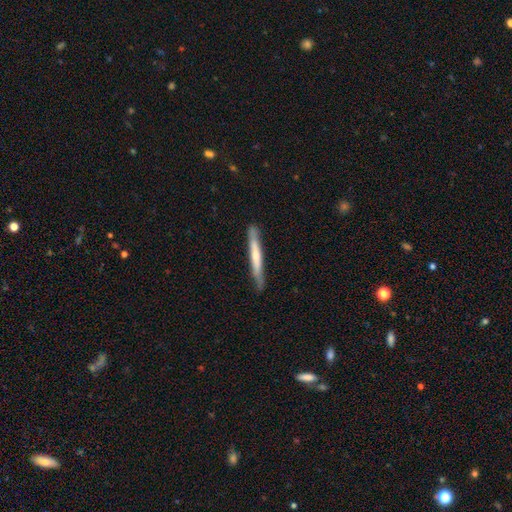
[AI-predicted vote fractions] A smooth galaxy with no disk features (51%) that is cigar-shaped (96%). Merging: none (81%).